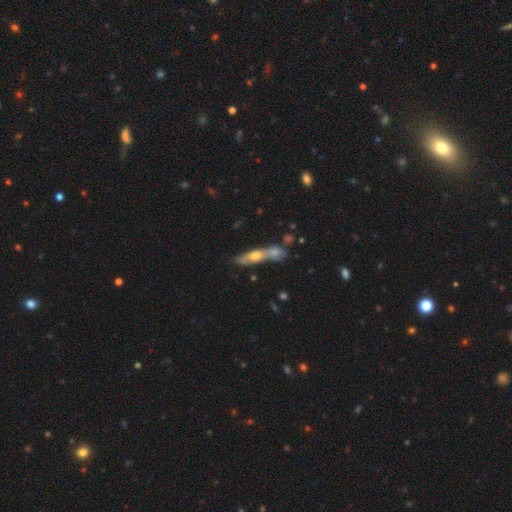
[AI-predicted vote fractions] smooth-or-featured: featured or disk: 57% | smooth: 34% | star or artifact: 8%
  disk-edge-on: yes: 78% | no: 22%
  merging: none: 49% | merger: 31% | minor disturbance: 15% | major disturbance: 6%